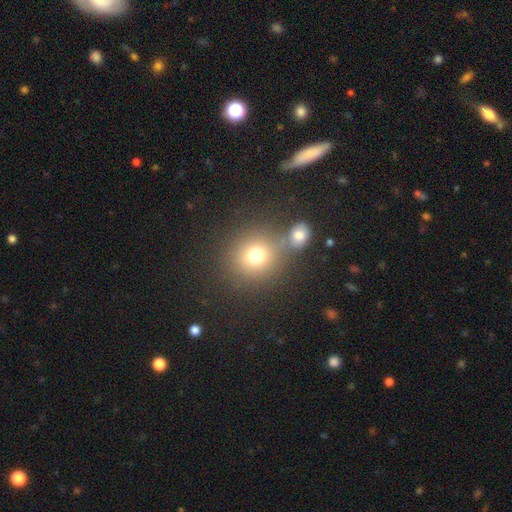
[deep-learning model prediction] Smooth or featured: smooth — 74% (star or artifact — 15%)
How rounded: round — 88% (in between — 11%)
Merging: none — 61% (merger — 25%)